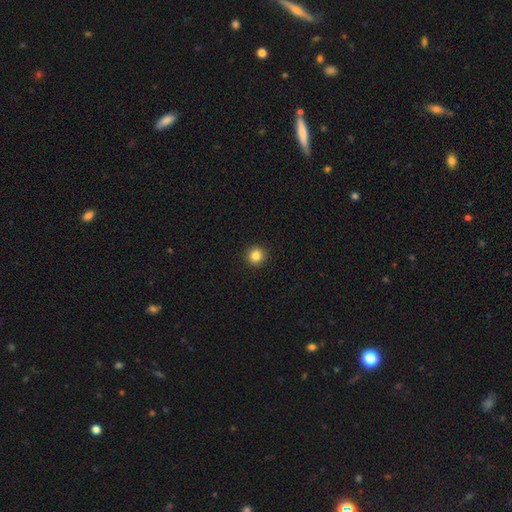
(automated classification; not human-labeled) Overall: smooth (84%). How rounded: round (95%). Merging: none (94%).